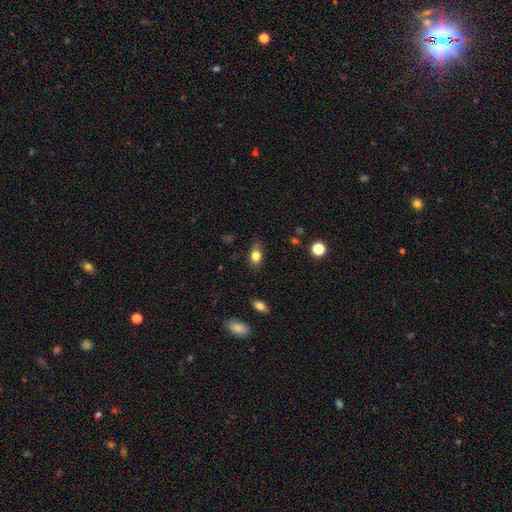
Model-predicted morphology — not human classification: Smooth or featured: smooth — 80% (featured or disk — 10%)
How rounded: in between — 80% (round — 17%)
Merging: none — 77% (minor disturbance — 17%)